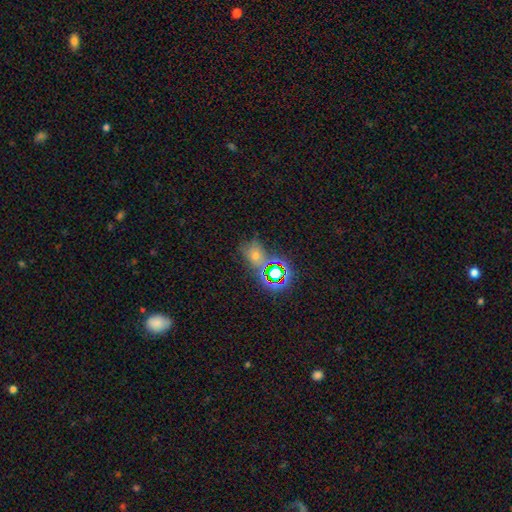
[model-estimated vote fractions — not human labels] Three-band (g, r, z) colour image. It shows a star or artifact, not a galaxy (48%).